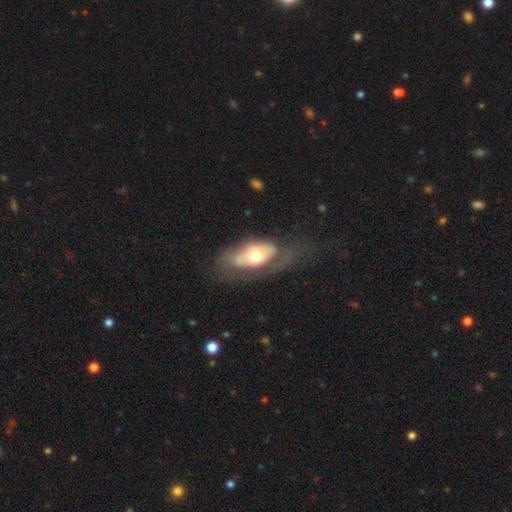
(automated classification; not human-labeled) A featured or disk galaxy (48%).

Vote fractions:
- Smooth or featured? featured or disk: 48% / smooth: 46% / star or artifact: 6%
- Merging? none: 43% / major disturbance: 29% / minor disturbance: 26% / merger: 3%